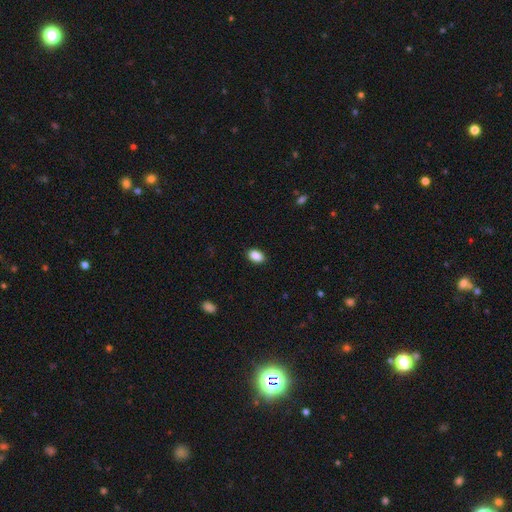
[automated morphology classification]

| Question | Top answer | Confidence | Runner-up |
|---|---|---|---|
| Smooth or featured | smooth | 89% | star or artifact (8%) |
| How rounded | in between | 89% | round (10%) |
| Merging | none | 89% | minor disturbance (8%) |